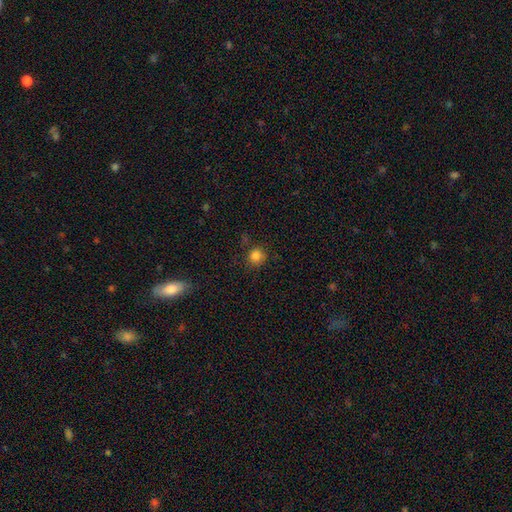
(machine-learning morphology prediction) Smooth or featured: smooth — 83% (star or artifact — 13%)
How rounded: round — 90% (in between — 9%)
Merging: none — 83% (minor disturbance — 11%)